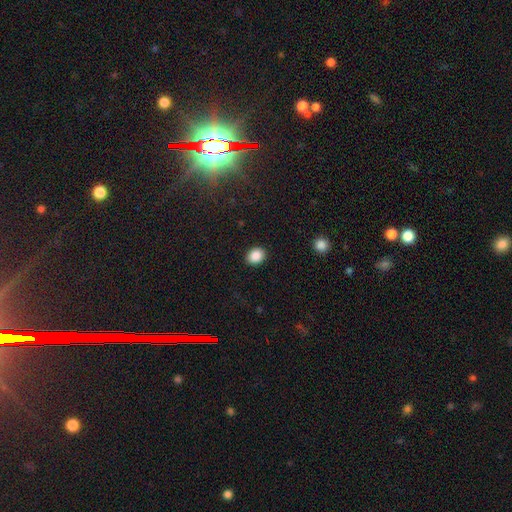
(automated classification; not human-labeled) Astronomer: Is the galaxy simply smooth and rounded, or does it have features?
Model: smooth — 88%.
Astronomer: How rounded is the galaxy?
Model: round — 51% (runner-up: in between, 48%).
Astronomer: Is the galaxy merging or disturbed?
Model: none — 90%.